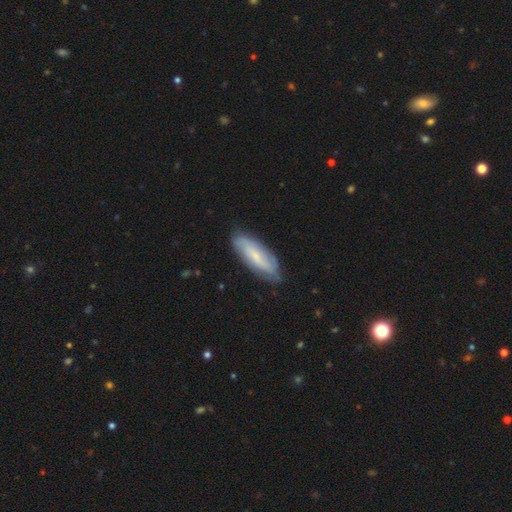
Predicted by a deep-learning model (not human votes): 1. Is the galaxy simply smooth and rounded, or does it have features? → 49% featured or disk, 45% smooth, 6% star or artifact.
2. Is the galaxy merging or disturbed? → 81% none, 15% minor disturbance, 3% major disturbance, 1% merger.